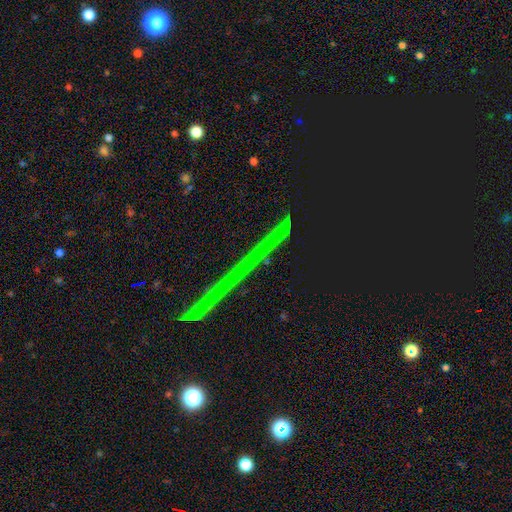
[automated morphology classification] star or artifact 44%, featured or disk 38%, smooth 18%.